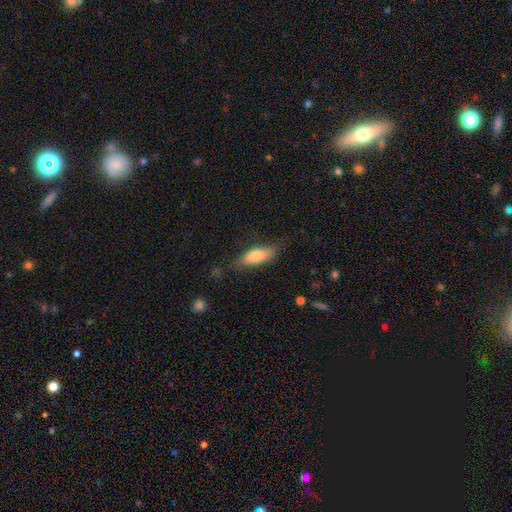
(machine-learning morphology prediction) A smooth galaxy with no disk features (73%) that is in between round and cigar-shaped (68%).

Vote fractions:
- Smooth or featured? smooth: 73% / featured or disk: 21% / star or artifact: 6%
- How rounded? in between: 68% / cigar-shaped: 30% / round: 2%
- Merging? none: 68% / minor disturbance: 23% / major disturbance: 7% / merger: 2%